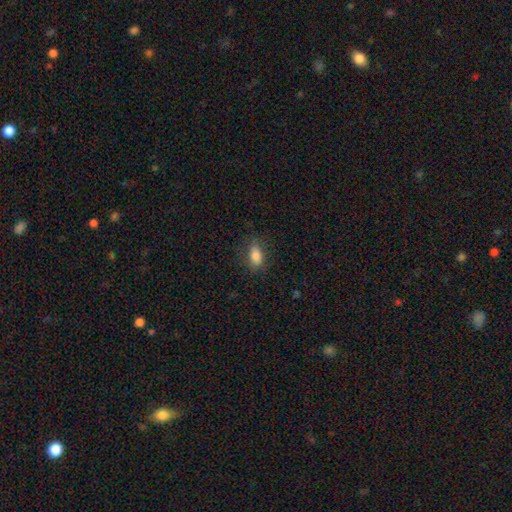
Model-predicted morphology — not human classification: smooth 84%, star or artifact 9%, featured or disk 7%. Down the decision tree: how rounded — in between (86%); merging — none (81%).